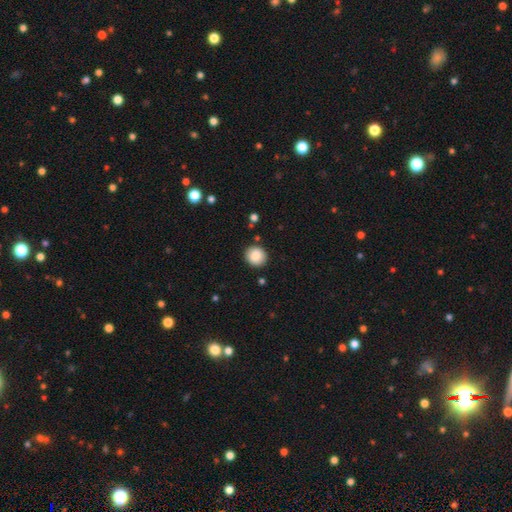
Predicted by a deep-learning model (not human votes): This appears to be a smooth galaxy with no disk features (87%) that is round (87%). Merging: none (89%).